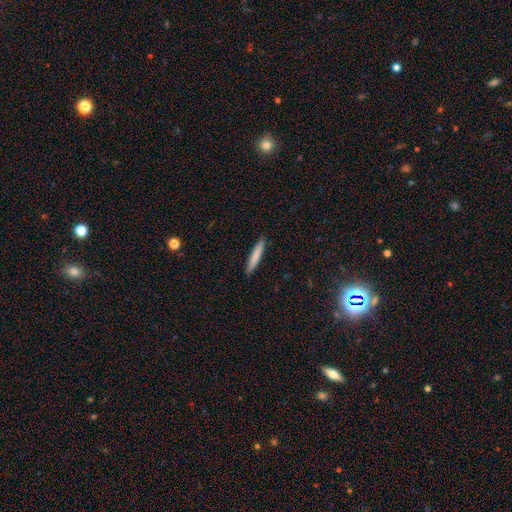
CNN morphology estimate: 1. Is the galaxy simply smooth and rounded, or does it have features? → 81% smooth, 13% featured or disk, 6% star or artifact.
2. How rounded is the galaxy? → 93% cigar-shaped, 6% in between, 1% round.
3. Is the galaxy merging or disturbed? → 91% none, 7% minor disturbance, 1% major disturbance, 1% merger.